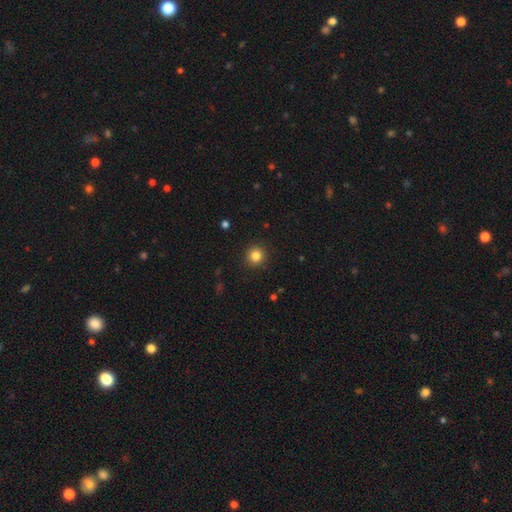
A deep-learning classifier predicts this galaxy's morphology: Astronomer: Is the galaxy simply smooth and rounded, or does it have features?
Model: smooth — 84%.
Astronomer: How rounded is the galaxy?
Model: round — 94%.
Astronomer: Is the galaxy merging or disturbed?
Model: none — 92%.